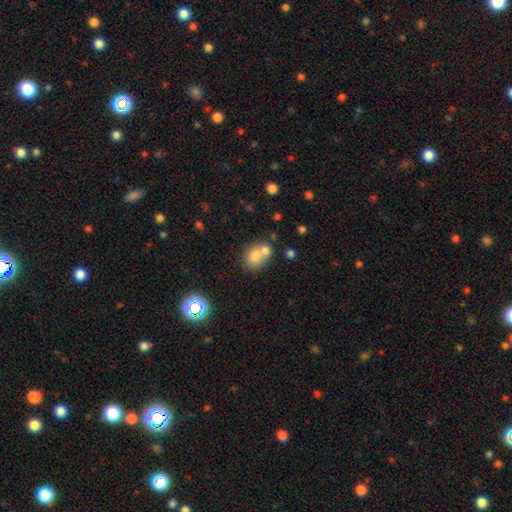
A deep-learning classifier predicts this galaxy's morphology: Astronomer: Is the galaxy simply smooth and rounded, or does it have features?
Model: smooth — 75%.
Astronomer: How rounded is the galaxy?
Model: round — 64%.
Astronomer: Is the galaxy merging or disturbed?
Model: merger — 48% (runner-up: none, 40%).